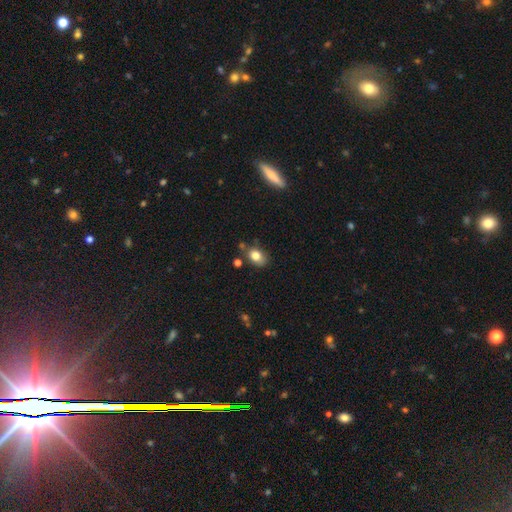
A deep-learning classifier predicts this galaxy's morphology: Smooth or featured? smooth (79%)
How rounded? in between (76%)
Merging? none (66%)